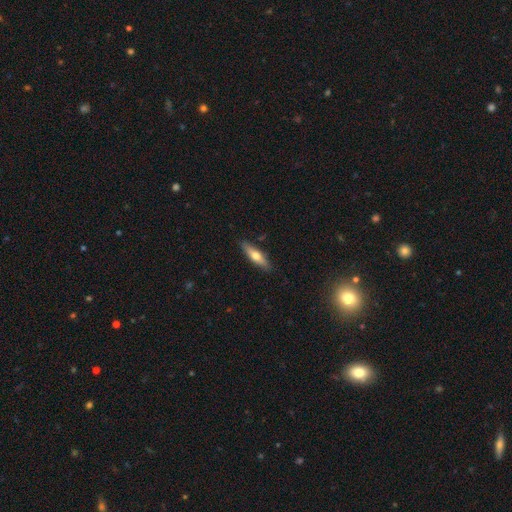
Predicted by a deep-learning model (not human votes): Smooth or featured? smooth (55%)
How rounded? cigar-shaped (70%)
Merging? none (88%)